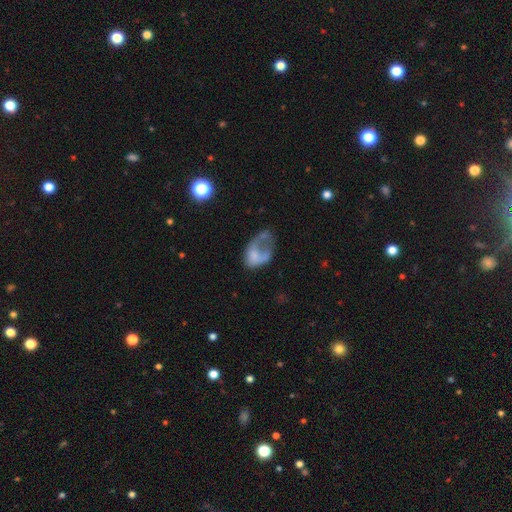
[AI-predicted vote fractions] This is possibly a smooth galaxy (48%). Merging: possibly major disturbance (50%).